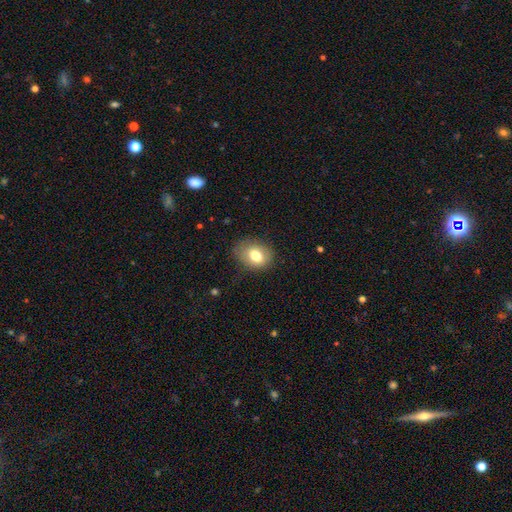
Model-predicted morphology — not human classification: smooth_or_featured: smooth (p=0.75) [alt: featured or disk p=0.17]
how_rounded: in between (p=0.62) [alt: round p=0.37]
merging: none (p=0.72) [alt: minor disturbance p=0.20]